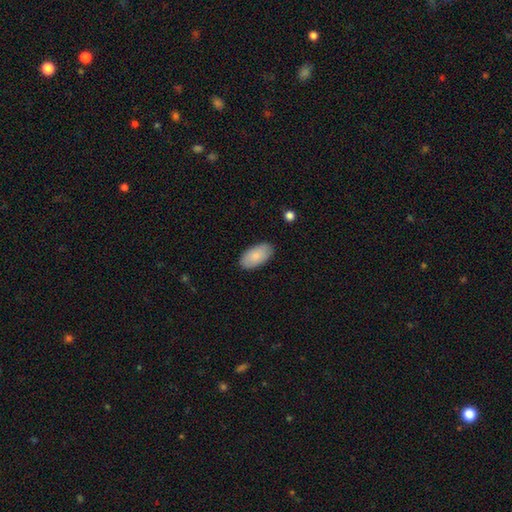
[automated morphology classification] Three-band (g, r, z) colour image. It shows a smooth galaxy with no disk features (86%) that is in between round and cigar-shaped (96%). Merging: none (88%).